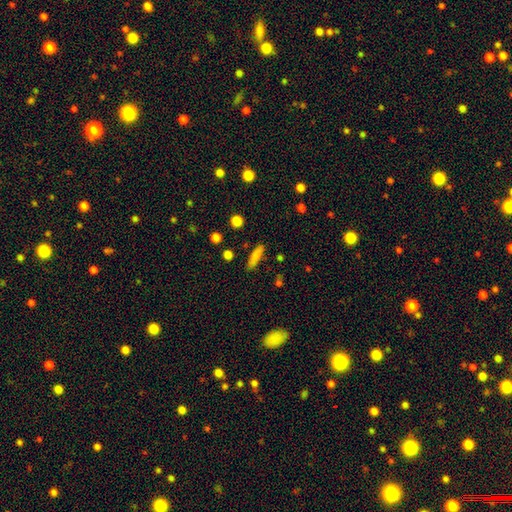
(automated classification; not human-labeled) Smooth or featured?
  - smooth: 79% *
  - featured or disk: 12%
  - star or artifact: 8%
How rounded?
  - cigar-shaped: 69% *
  - in between: 28%
  - round: 3%
Merging?
  - none: 84% *
  - minor disturbance: 11%
  - major disturbance: 3%
  - merger: 3%